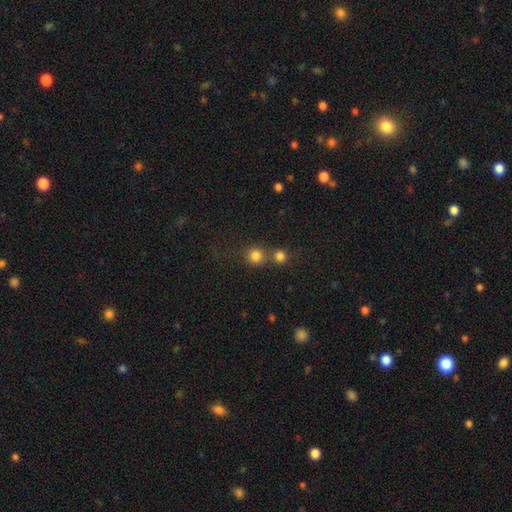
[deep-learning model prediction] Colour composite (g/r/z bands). It shows a smooth galaxy with no disk features (80%) that is round (90%). Merging: none (57%).